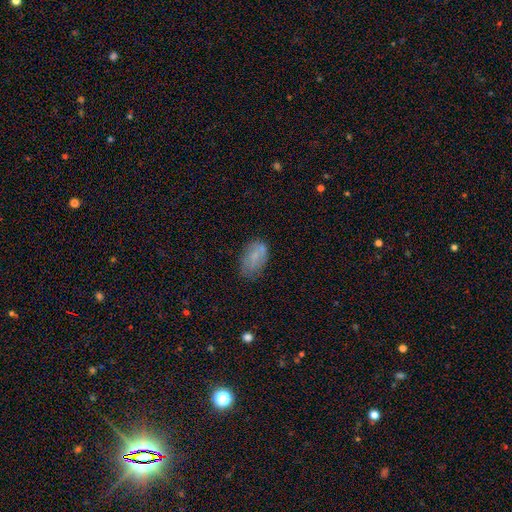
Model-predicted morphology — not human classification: Smooth or featured?
  - smooth: 72% *
  - featured or disk: 19%
  - star or artifact: 9%
How rounded?
  - in between: 91% *
  - round: 6%
  - cigar-shaped: 2%
Merging?
  - none: 61% *
  - minor disturbance: 26%
  - major disturbance: 8%
  - merger: 5%